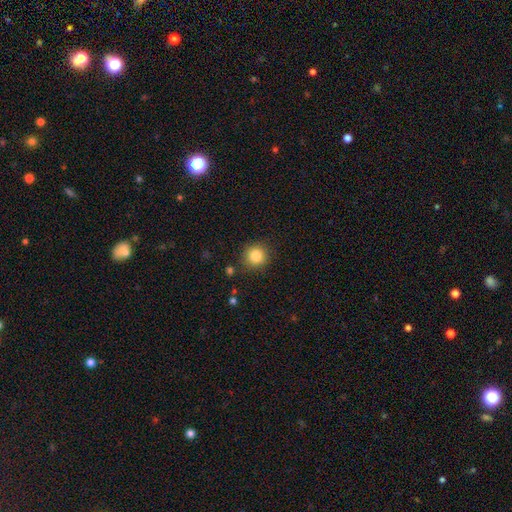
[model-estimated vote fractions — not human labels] Overall: smooth (84%). How rounded: round (91%). Merging: none (86%).